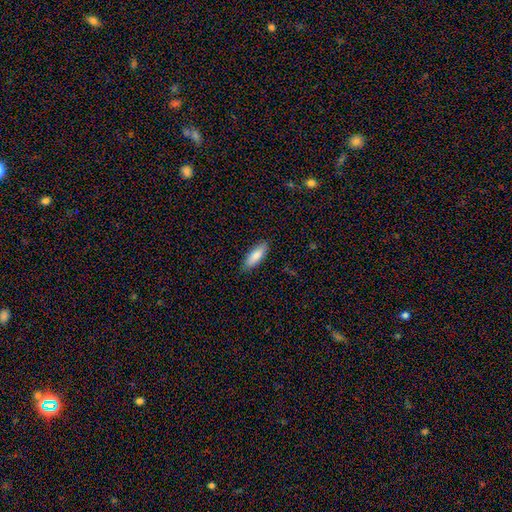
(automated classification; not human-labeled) Smooth or featured? Predicted: smooth (p=0.84). How rounded? Predicted: in between (p=0.63). Merging? Predicted: none (p=0.87).